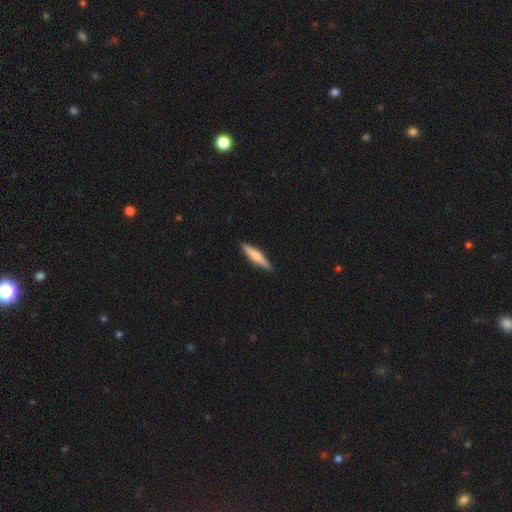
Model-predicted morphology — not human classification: The model was most divided on "smooth or featured": smooth: 58%, featured or disk: 37%, star or artifact: 5%. More confident: merging — none (91%); how rounded — cigar-shaped (89%).